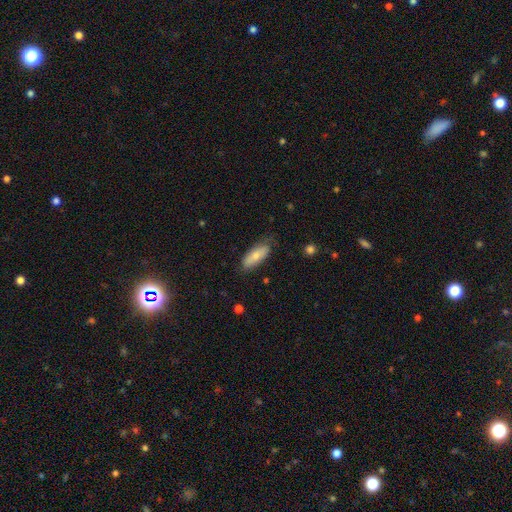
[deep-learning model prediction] smooth 73%, featured or disk 21%, star or artifact 6%. Down the decision tree: how rounded — in between (74%); merging — none (74%).